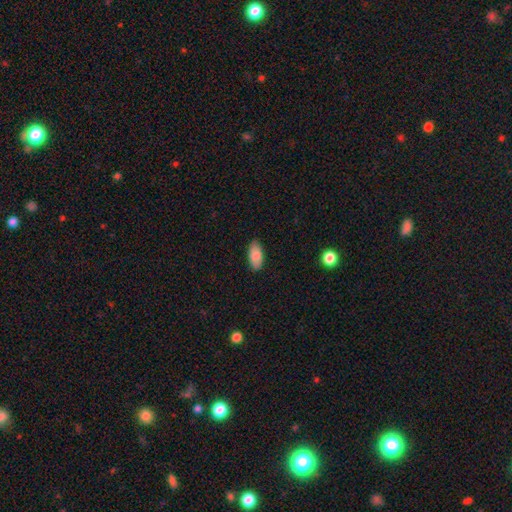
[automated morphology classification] smooth-or-featured: smooth: 85% | featured or disk: 9% | star or artifact: 6%
  how-rounded: in between: 92% | cigar-shaped: 6% | round: 2%
  merging: none: 86% | minor disturbance: 11% | major disturbance: 2% | merger: 1%